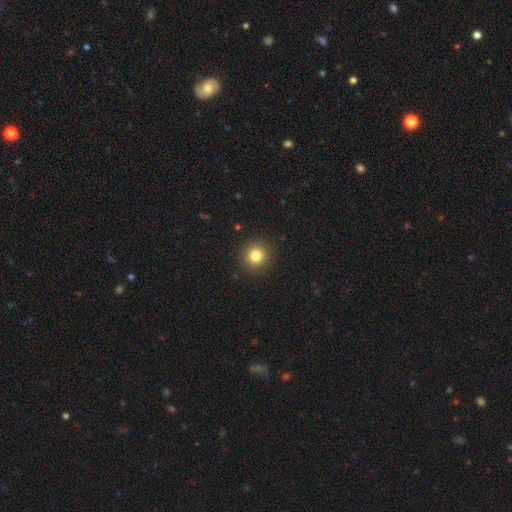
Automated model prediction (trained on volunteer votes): Smooth or featured?
  - smooth: 82% *
  - star or artifact: 12%
  - featured or disk: 6%
How rounded?
  - round: 92% *
  - in between: 7%
  - cigar-shaped: 1%
Merging?
  - none: 92% *
  - minor disturbance: 5%
  - major disturbance: 2%
  - merger: 1%